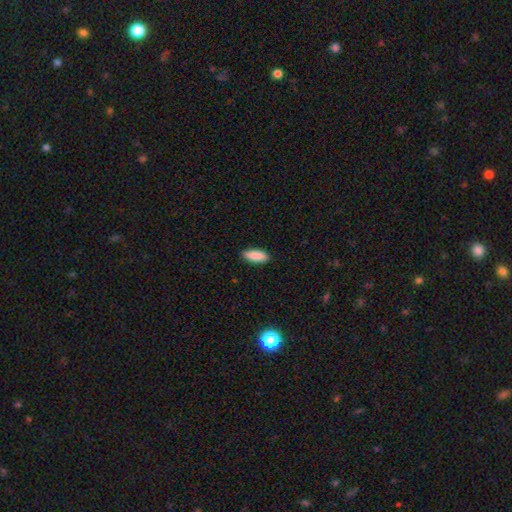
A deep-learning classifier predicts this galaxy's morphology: smooth-or-featured: smooth: 89% | star or artifact: 6% | featured or disk: 5%
  how-rounded: in between: 74% | cigar-shaped: 24% | round: 2%
  merging: none: 89% | minor disturbance: 8% | major disturbance: 2% | merger: 1%